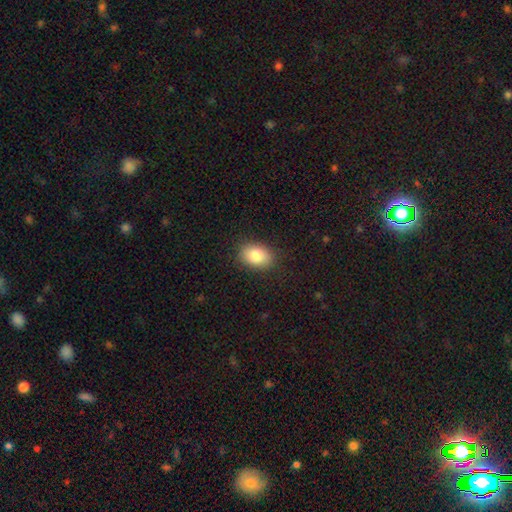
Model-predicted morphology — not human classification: The model was most divided on "how rounded": in between: 78%, round: 21%, cigar-shaped: 1%. More confident: merging — none (87%); smooth or featured — smooth (83%).